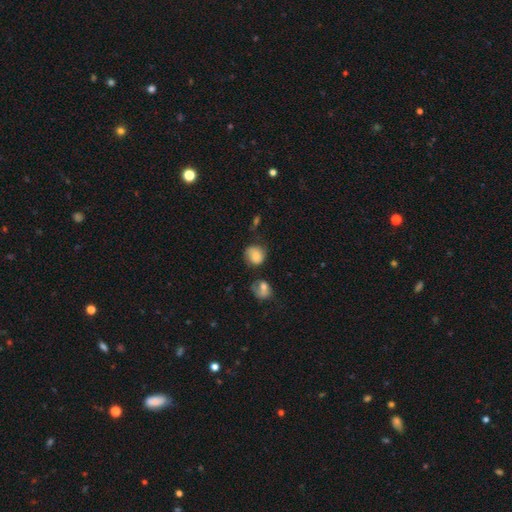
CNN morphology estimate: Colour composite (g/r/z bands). It shows a smooth galaxy with no disk features (70%) that is round (74%). Merging: none (58%).